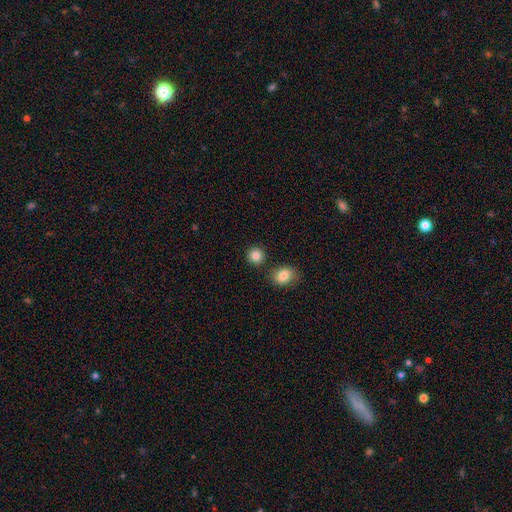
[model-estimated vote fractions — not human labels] Morphology: type=smooth (86%); roundness=round (89%); merging=none (83%).